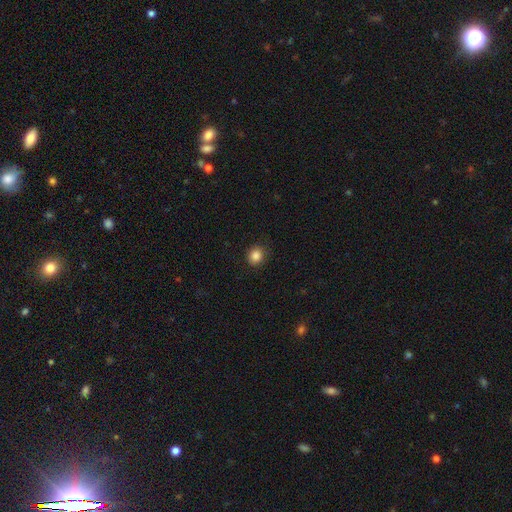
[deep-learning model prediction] Smooth or featured?
  - smooth: 86% *
  - star or artifact: 11%
  - featured or disk: 4%
How rounded?
  - round: 81% *
  - in between: 18%
  - cigar-shaped: 1%
Merging?
  - none: 88% *
  - minor disturbance: 9%
  - major disturbance: 2%
  - merger: 1%